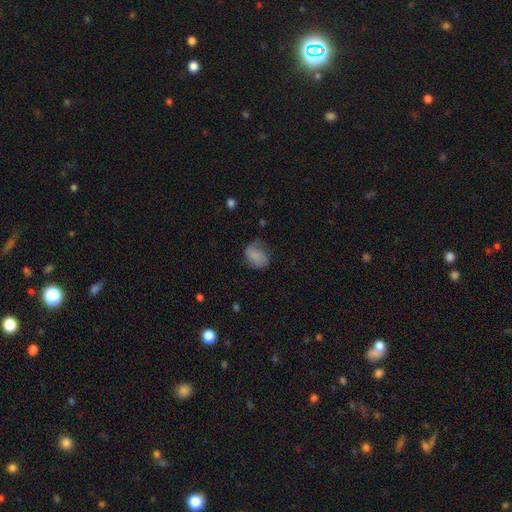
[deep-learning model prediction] Smooth or featured: smooth — 73% (featured or disk — 18%)
How rounded: in between — 68% (round — 30%)
Merging: none — 48% (minor disturbance — 32%)